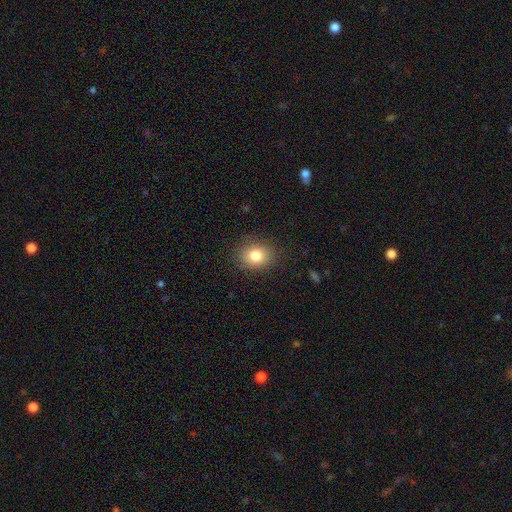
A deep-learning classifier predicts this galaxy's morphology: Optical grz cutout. It shows a smooth galaxy with no disk features (83%) that is round (55%). Merging: none (86%).